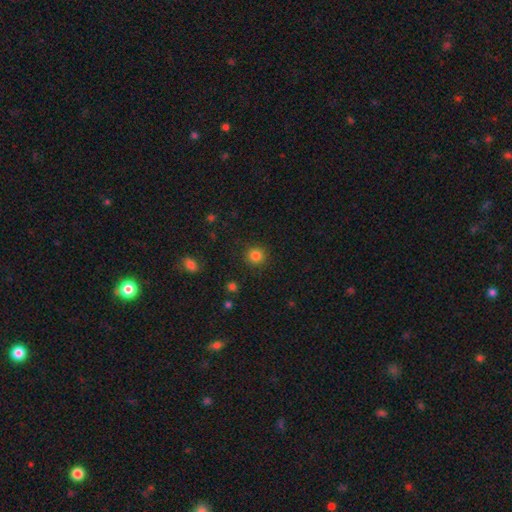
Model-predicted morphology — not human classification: Overall: smooth (83%). How rounded: round (92%). Merging: none (90%).